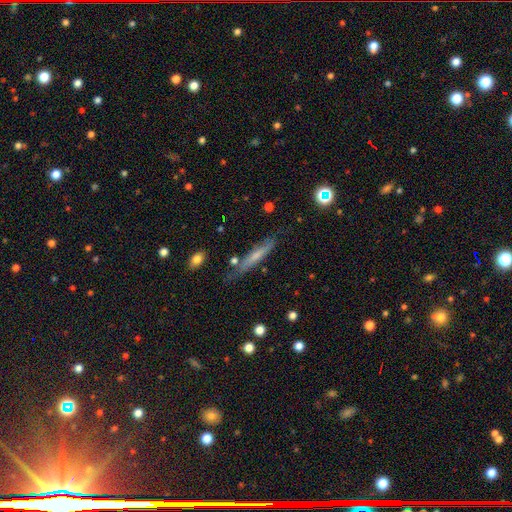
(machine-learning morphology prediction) type=smooth (48%); merging=none (73%).